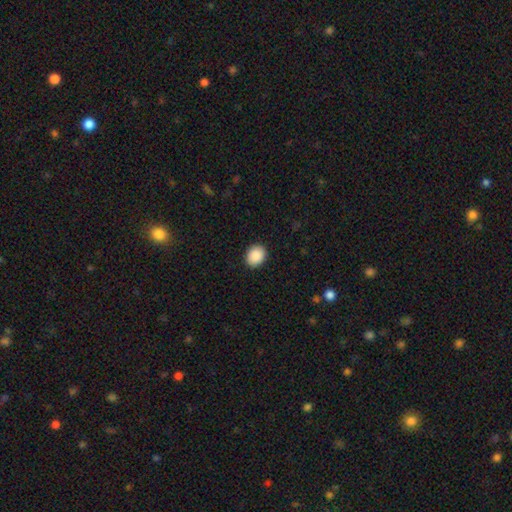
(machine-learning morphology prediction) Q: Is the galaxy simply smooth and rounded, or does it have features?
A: smooth — 90%.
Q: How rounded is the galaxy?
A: round — 52%.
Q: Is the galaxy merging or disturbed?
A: none — 90%.